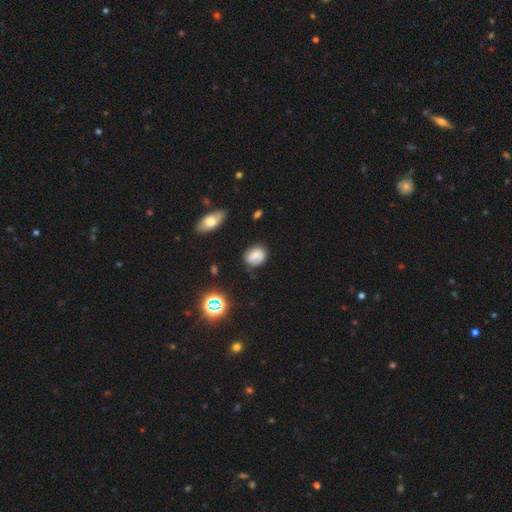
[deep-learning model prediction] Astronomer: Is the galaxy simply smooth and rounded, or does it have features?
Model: smooth — 71%.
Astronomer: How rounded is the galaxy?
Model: in between — 50% (runner-up: round, 49%).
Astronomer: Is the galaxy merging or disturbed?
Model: none — 73%.